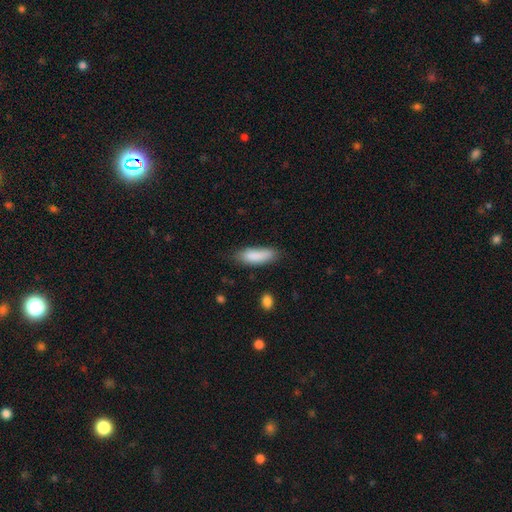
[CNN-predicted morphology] The model was most divided on "how rounded": in between: 55%, cigar-shaped: 43%, round: 2%. More confident: smooth or featured — smooth (86%); merging — none (72%).